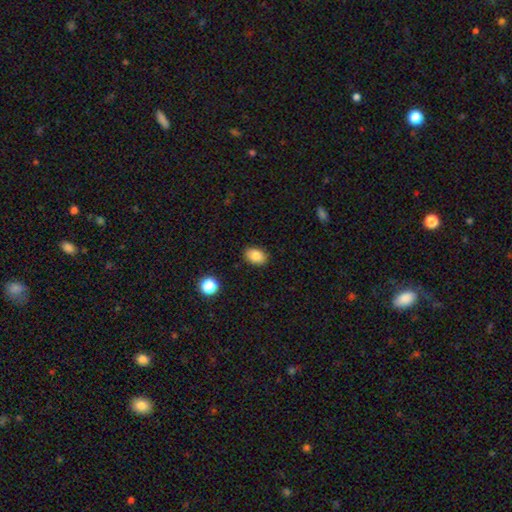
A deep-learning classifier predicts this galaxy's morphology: type=smooth (84%); roundness=in between (82%); merging=none (89%).